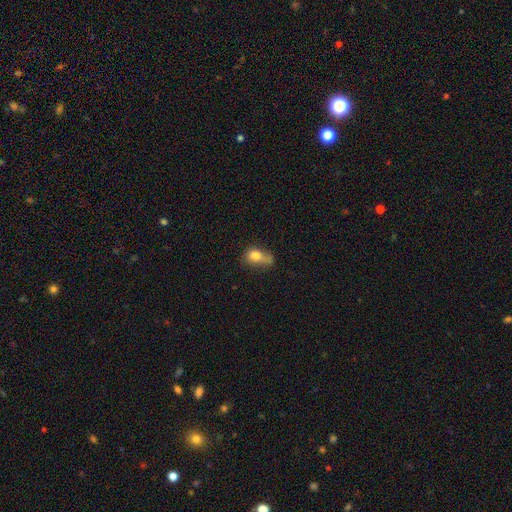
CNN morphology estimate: A smooth galaxy with no disk features (74%) that is in between round and cigar-shaped (75%).

Vote fractions:
- Smooth or featured? smooth: 74% / featured or disk: 15% / star or artifact: 10%
- How rounded? in between: 75% / round: 22% / cigar-shaped: 3%
- Merging? minor disturbance: 30% / major disturbance: 29% / none: 28% / merger: 13%